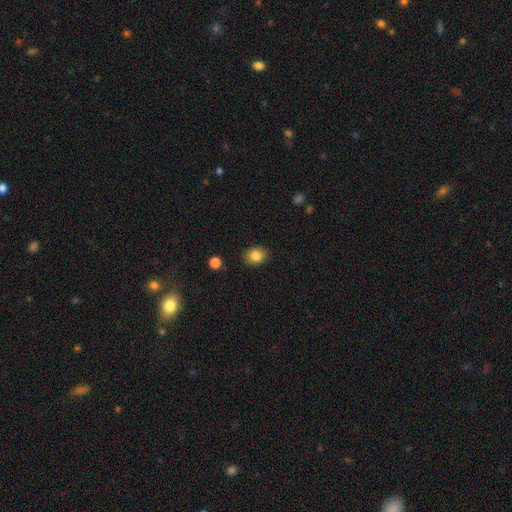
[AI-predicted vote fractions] smooth 84%, star or artifact 9%, featured or disk 6%. Down the decision tree: how rounded — round (52%); merging — none (88%).